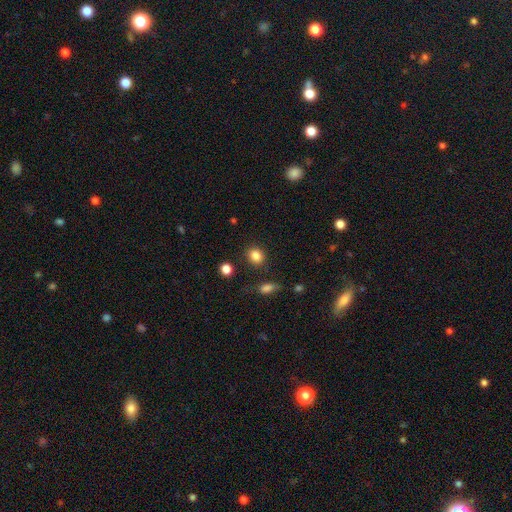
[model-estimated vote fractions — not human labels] Smooth or featured? Predicted: smooth (p=0.85). How rounded? Predicted: round (p=0.67). Merging? Predicted: none (p=0.84).